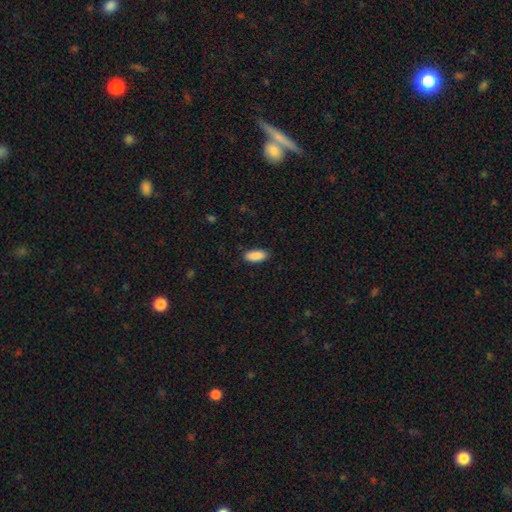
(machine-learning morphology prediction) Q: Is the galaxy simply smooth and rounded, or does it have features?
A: smooth — 90%.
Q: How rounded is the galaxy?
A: in between — 83%.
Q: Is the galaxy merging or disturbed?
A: none — 88%.